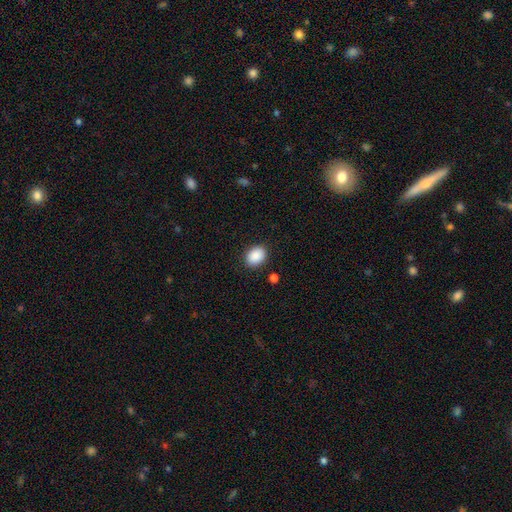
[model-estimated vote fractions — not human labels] Smooth or featured? Predicted: smooth (p=0.90). How rounded? Predicted: in between (p=0.69). Merging? Predicted: none (p=0.88).